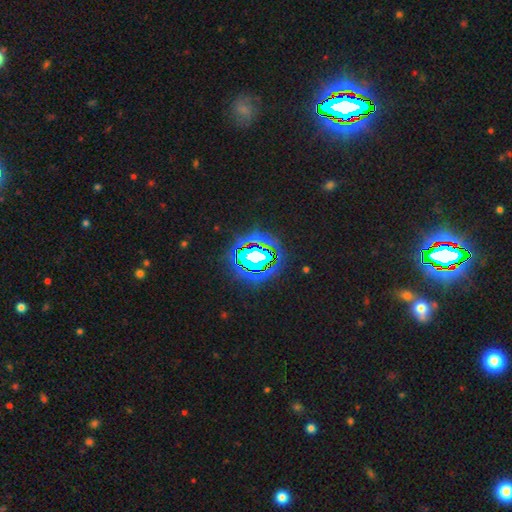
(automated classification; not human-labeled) A star or artifact, not a galaxy (70%).